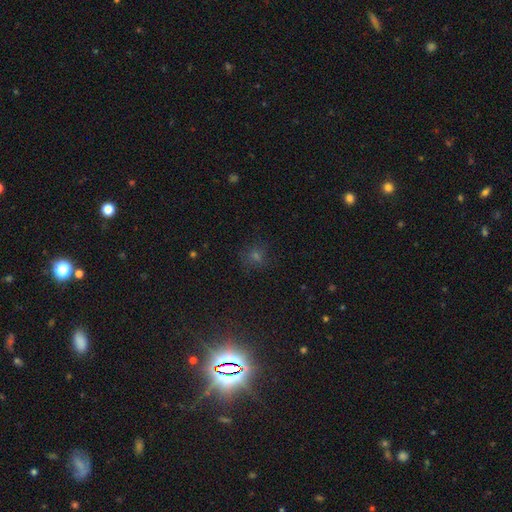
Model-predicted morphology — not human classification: Q: Smooth or featured?
A: star or artifact (50%); runner-up: smooth (39%)